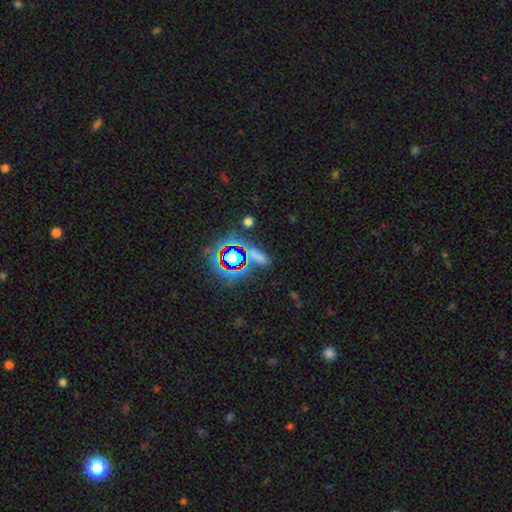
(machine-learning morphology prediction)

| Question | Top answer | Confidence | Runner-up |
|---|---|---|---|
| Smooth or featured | smooth | 45% | star or artifact (44%) |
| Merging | none | 74% | minor disturbance (13%) |